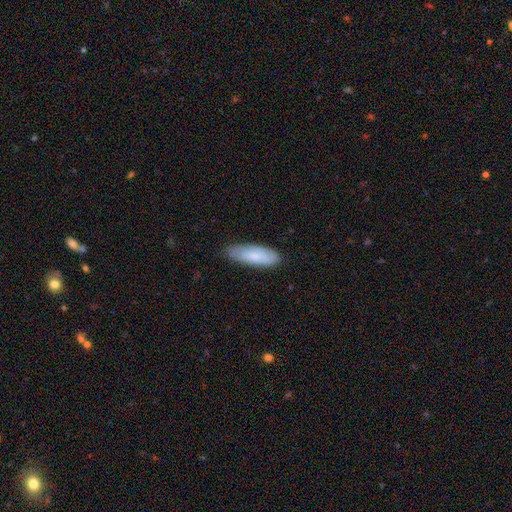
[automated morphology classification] Smooth or featured: smooth — 76% (featured or disk — 19%)
How rounded: in between — 60% (cigar-shaped — 38%)
Merging: none — 76% (minor disturbance — 20%)